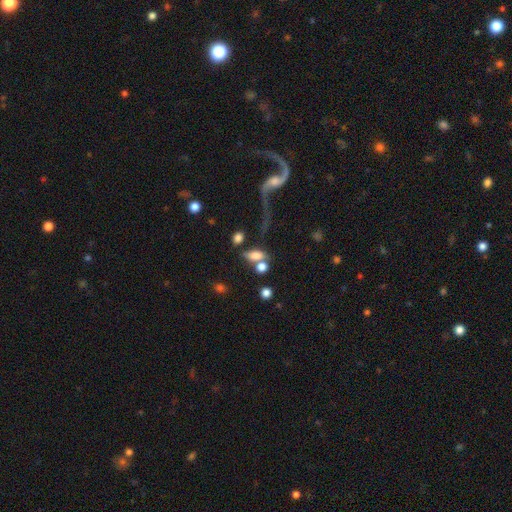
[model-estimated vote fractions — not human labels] Smooth or featured? smooth (73%)
How rounded? in between (81%)
Merging? none (39%)